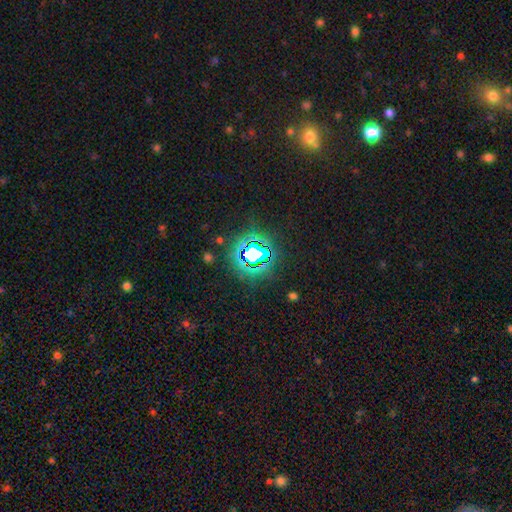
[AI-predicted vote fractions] Overall: star or artifact (74%).